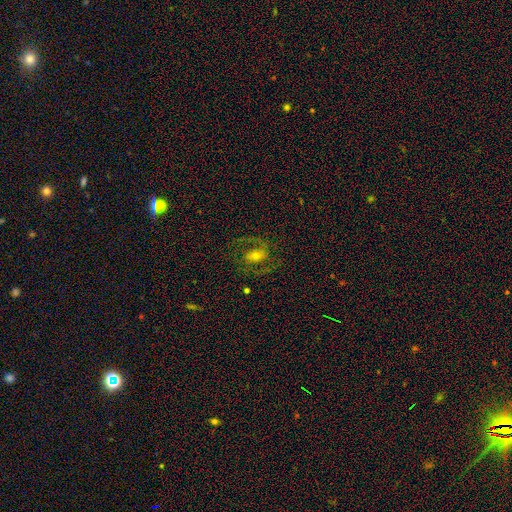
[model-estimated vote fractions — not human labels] Smooth or featured: featured or disk — 70% (smooth — 20%)
Edge-on disk: no — 96% (yes — 4%)
Bar: weak — 39% (strong — 31%)
Spiral arms: yes — 81% (no — 19%)
Spiral winding: medium — 56% (tight — 22%)
Spiral arm count: 2 — 87% (can't tell — 6%)
Bulge size: moderate — 58% (small — 32%)
Merging: none — 73% (minor disturbance — 14%)